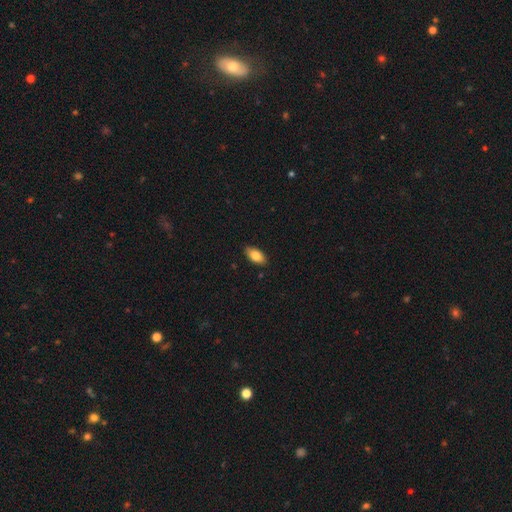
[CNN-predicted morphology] smooth 82%, featured or disk 11%, star or artifact 7%. Down the decision tree: how rounded — in between (91%); merging — none (88%).